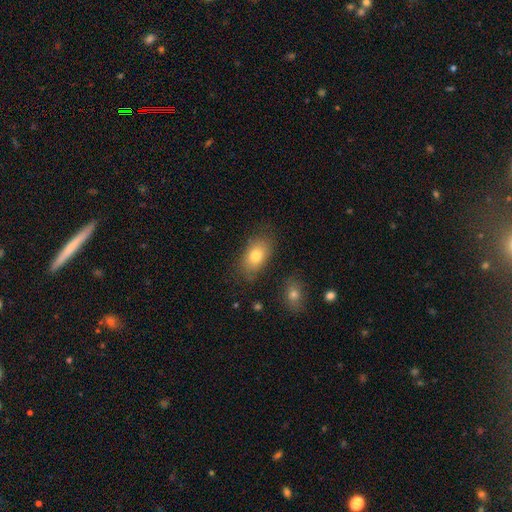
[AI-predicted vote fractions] Q: Smooth or featured?
A: smooth (78%); runner-up: featured or disk (14%)
Q: How rounded?
A: in between (88%); runner-up: round (10%)
Q: Merging?
A: none (77%); runner-up: minor disturbance (15%)